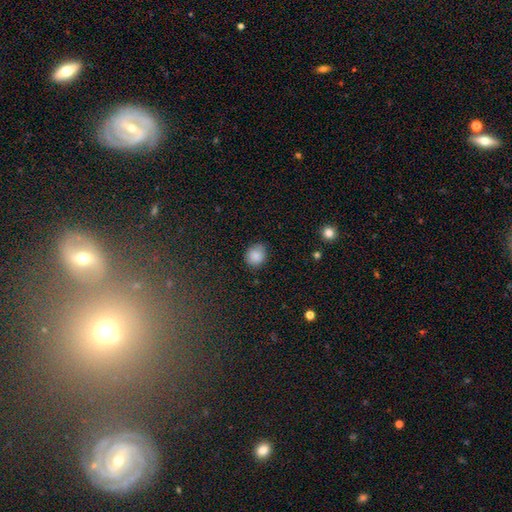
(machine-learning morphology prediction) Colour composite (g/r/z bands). It shows a smooth galaxy with no disk features (87%) that is round (77%). Merging: none (83%).